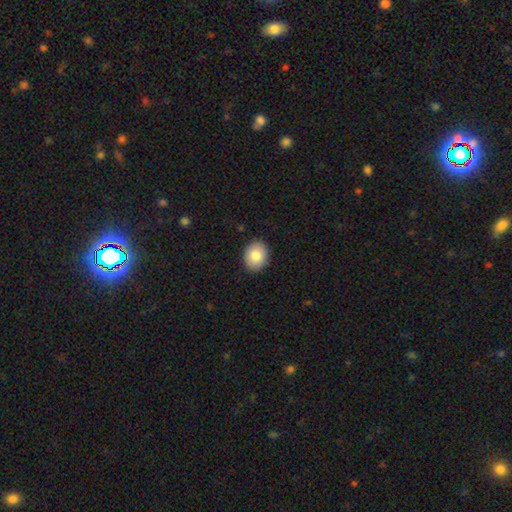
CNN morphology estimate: type=smooth (84%); roundness=round (56%); merging=none (90%).